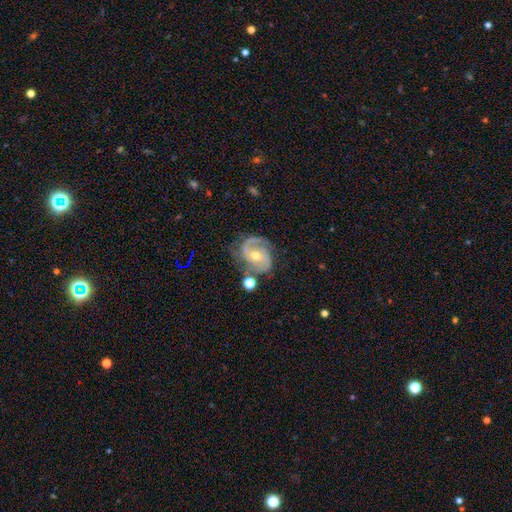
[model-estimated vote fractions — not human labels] This appears to be a featured or disk galaxy (87%) with no bar (47%), 2 (77%) medium (52%) spiral arms (97%) and a small central bulge (49%). Merging: none (62%).